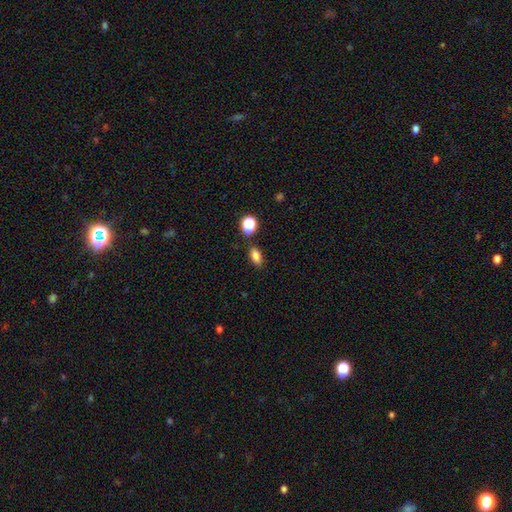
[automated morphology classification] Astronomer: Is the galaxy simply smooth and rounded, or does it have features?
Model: smooth — 81%.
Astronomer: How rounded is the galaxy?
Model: in between — 81%.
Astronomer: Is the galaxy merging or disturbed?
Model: none — 80%.